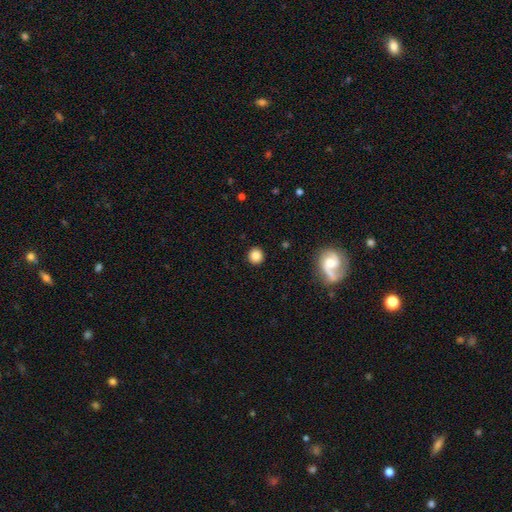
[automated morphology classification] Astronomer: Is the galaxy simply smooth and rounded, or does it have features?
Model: smooth — 84%.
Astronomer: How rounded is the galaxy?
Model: round — 93%.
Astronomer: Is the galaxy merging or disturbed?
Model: none — 92%.